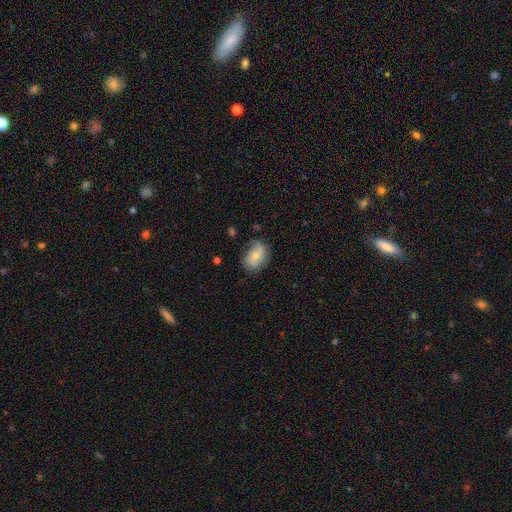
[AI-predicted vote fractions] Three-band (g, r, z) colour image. It shows a smooth galaxy with no disk features (62%) that is in between round and cigar-shaped (77%). Merging: none (64%).